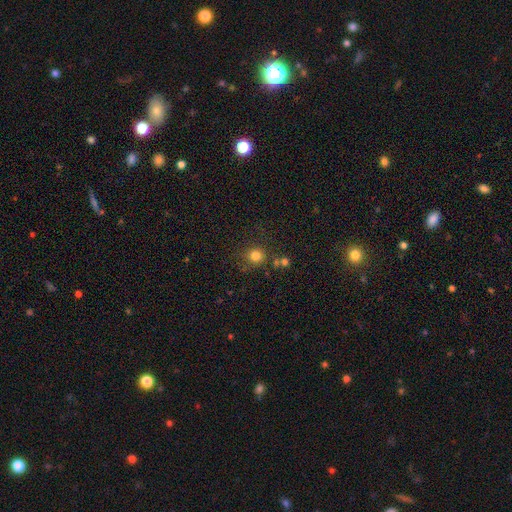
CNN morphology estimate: The model was most divided on "merging": none: 75%, minor disturbance: 11%, merger: 9%, major disturbance: 5%. More confident: how rounded — round (89%); smooth or featured — smooth (80%).